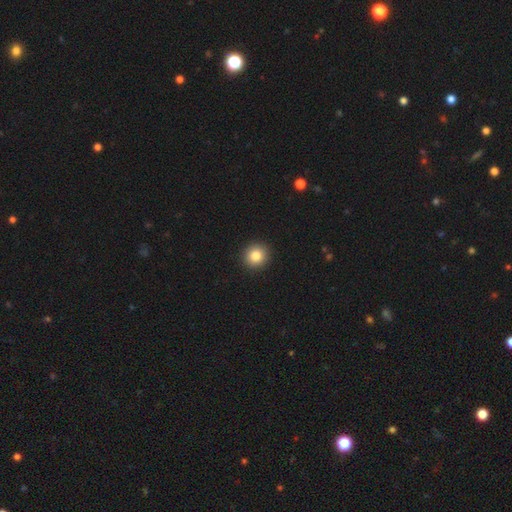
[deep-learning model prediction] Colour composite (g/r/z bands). It shows a smooth galaxy with no disk features (83%) that is round (91%). Merging: none (93%).